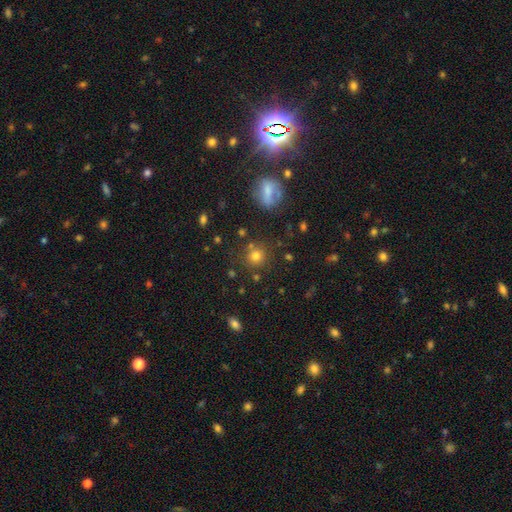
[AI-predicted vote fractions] This is likely a smooth galaxy (75%). How rounded: clearly round (88%). Merging: likely none (79%).